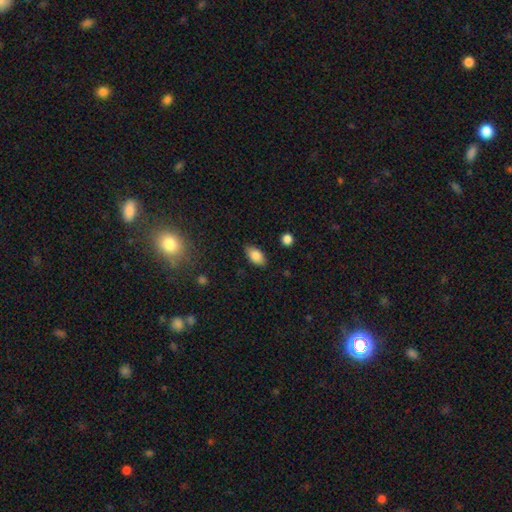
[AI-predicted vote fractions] A smooth galaxy with no disk features (84%) that is in between round and cigar-shaped (91%). Merging: none (83%).